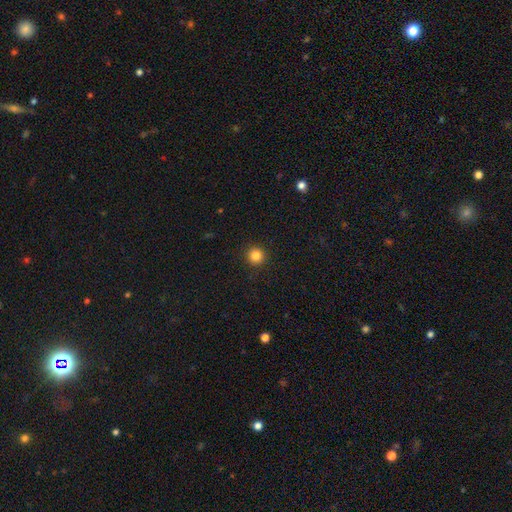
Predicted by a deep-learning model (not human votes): The model was most divided on "smooth or featured": smooth: 84%, star or artifact: 12%, featured or disk: 4%. More confident: how rounded — round (95%); merging — none (93%).